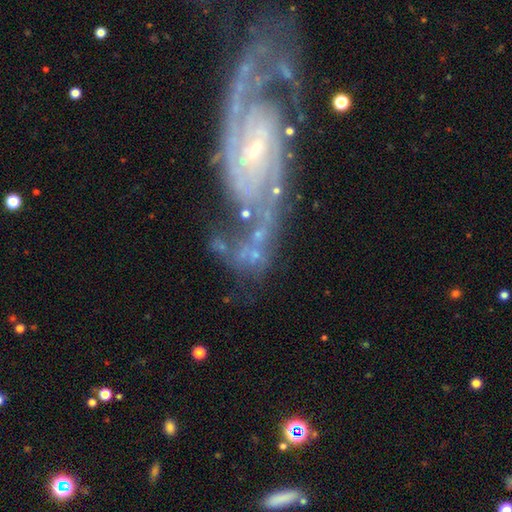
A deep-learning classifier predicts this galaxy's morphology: Overall: featured or disk (45%; star or artifact 29%). Merging: none (29%, tied with merger).